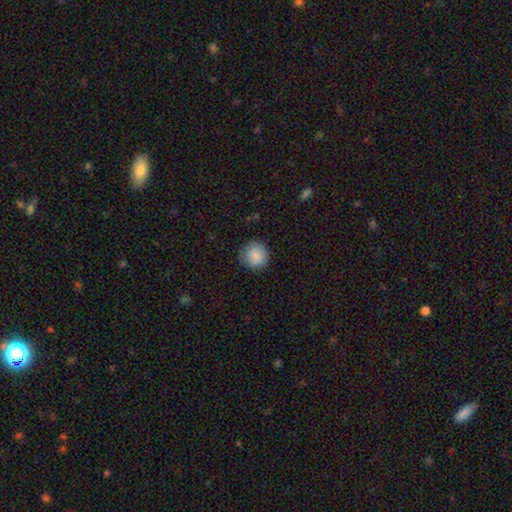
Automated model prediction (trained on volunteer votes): smooth-or-featured: smooth: 85% | star or artifact: 8% | featured or disk: 7%
  how-rounded: round: 92% | in between: 7% | cigar-shaped: 1%
  merging: none: 83% | minor disturbance: 13% | major disturbance: 3% | merger: 1%